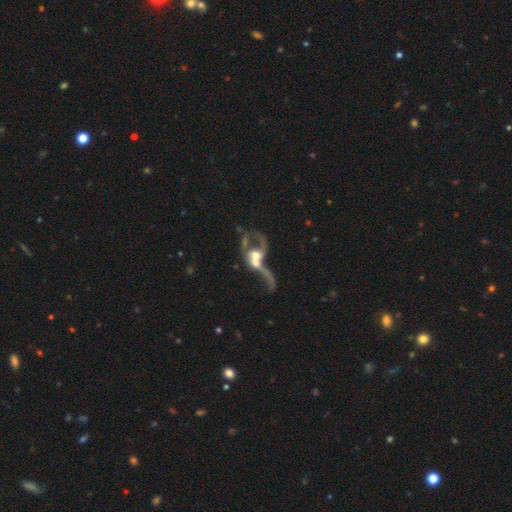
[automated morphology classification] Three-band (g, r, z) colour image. It shows a featured or disk galaxy (69%) with no bar (72%), spiral arms (53%) and a moderate central bulge (52%). Merging: merger (64%).